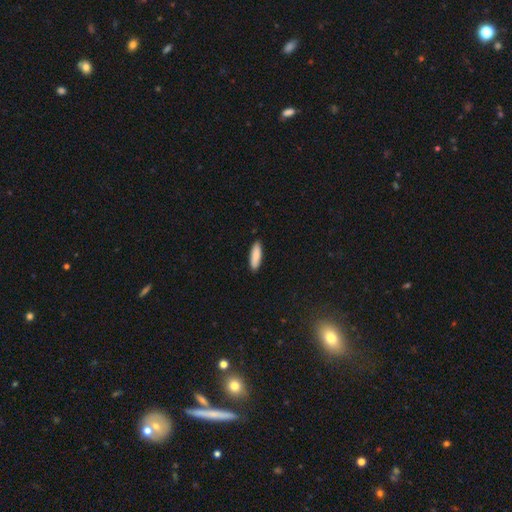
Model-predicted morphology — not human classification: smooth 86%, featured or disk 9%, star or artifact 6%. Down the decision tree: how rounded — cigar-shaped (57%); merging — none (90%).